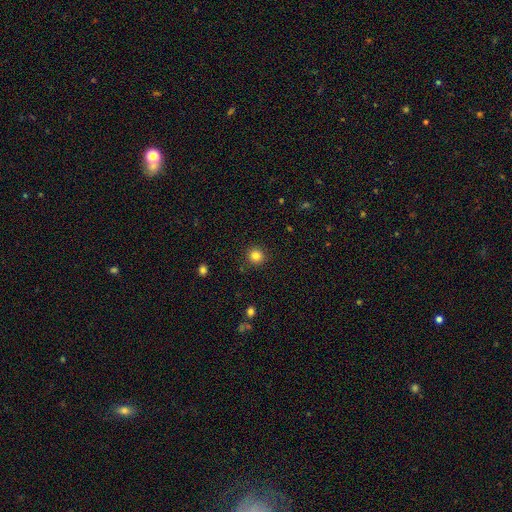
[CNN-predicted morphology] smooth 83%, star or artifact 12%, featured or disk 5%. Down the decision tree: how rounded — round (92%); merging — none (91%).